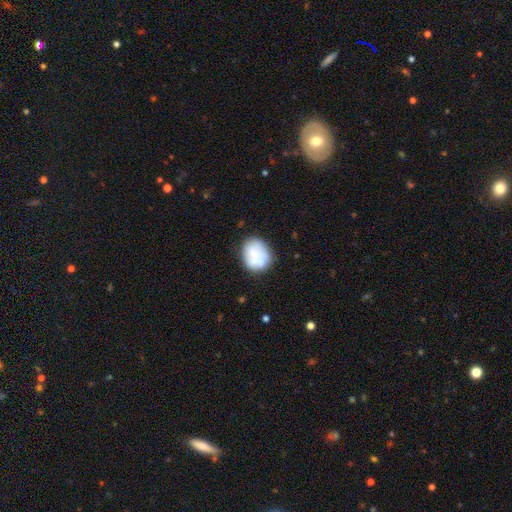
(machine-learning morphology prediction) Smooth or featured? Predicted: smooth (p=0.57). How rounded? Predicted: round (p=0.56). Merging? Predicted: none (p=0.55).